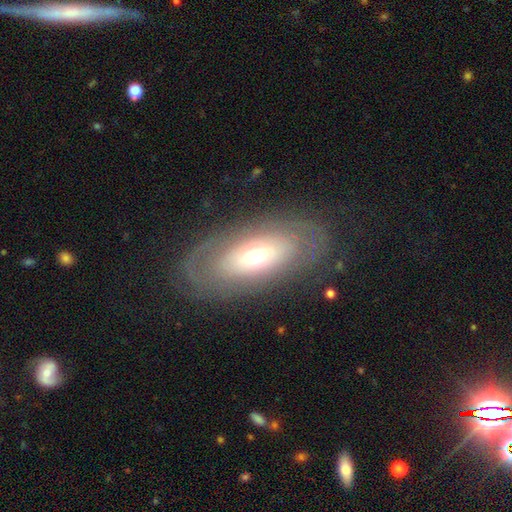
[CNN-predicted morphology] Q: Smooth or featured?
A: featured or disk (58%); runner-up: smooth (35%)
Q: Edge-on disk?
A: no (85%); runner-up: yes (15%)
Q: Merging?
A: none (79%); runner-up: minor disturbance (13%)